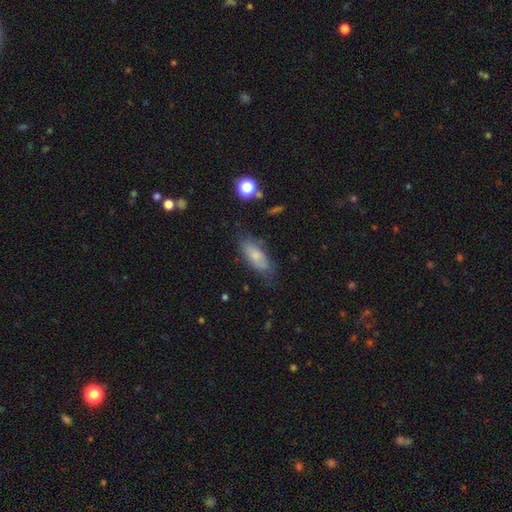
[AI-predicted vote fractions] Overall: smooth (71%). How rounded: in between (77%). Merging: none (69%).